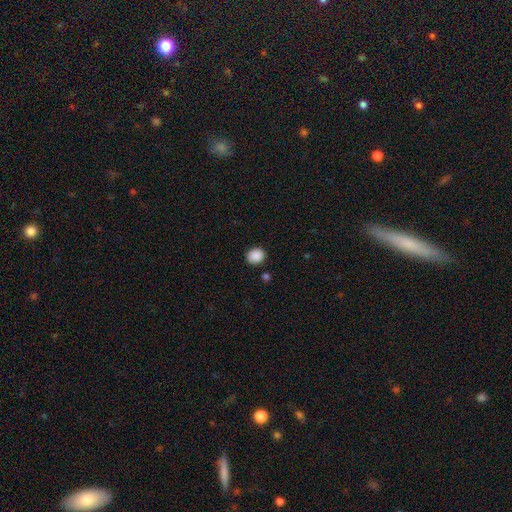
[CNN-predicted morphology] type=smooth (89%); roundness=round (72%); merging=none (87%).